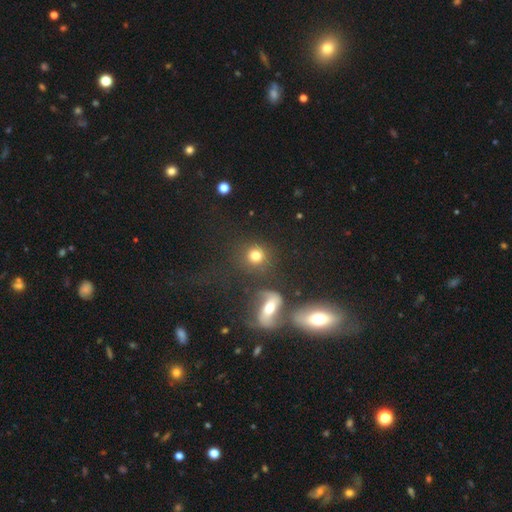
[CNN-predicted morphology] smooth-or-featured: smooth: 77% | star or artifact: 13% | featured or disk: 10%
  how-rounded: round: 88% | in between: 11% | cigar-shaped: 1%
  merging: none: 70% | merger: 14% | minor disturbance: 10% | major disturbance: 7%